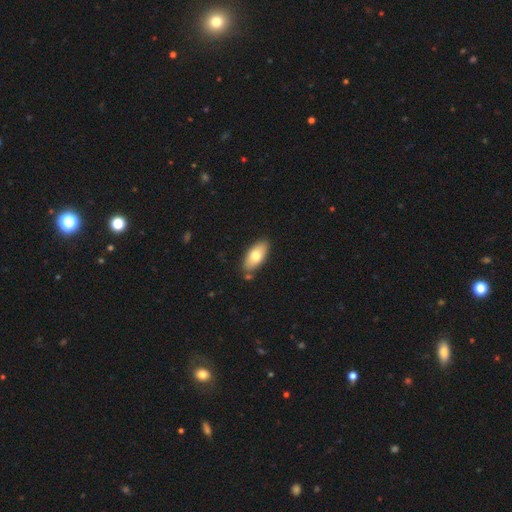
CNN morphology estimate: smooth-or-featured: smooth: 72% | featured or disk: 21% | star or artifact: 6%
  how-rounded: in between: 89% | cigar-shaped: 8% | round: 3%
  merging: none: 81% | minor disturbance: 12% | merger: 5% | major disturbance: 2%